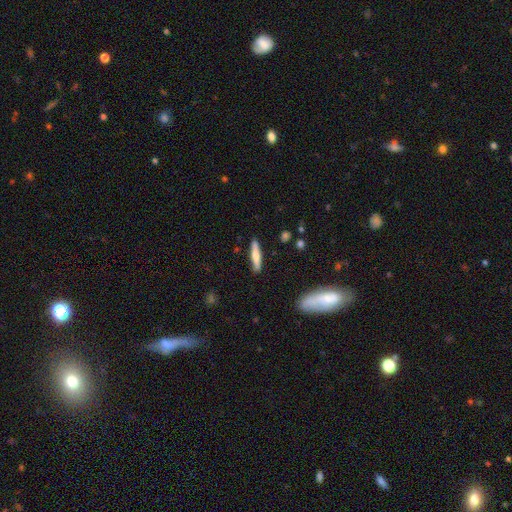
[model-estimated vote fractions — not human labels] Smooth or featured? Predicted: smooth (p=0.62). How rounded? Predicted: cigar-shaped (p=0.87). Merging? Predicted: none (p=0.88).